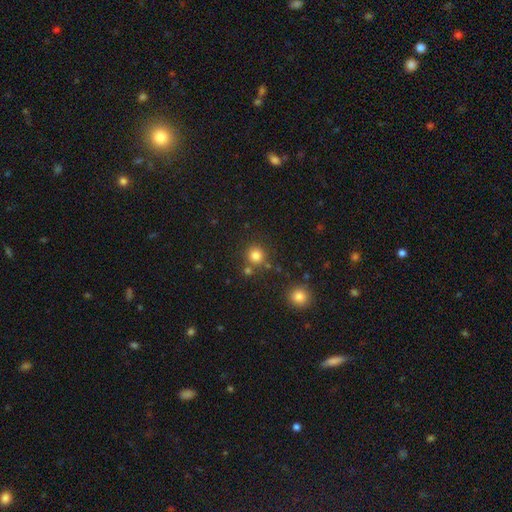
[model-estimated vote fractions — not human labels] smooth-or-featured: smooth: 81% | star or artifact: 13% | featured or disk: 5%
  how-rounded: round: 92% | in between: 7% | cigar-shaped: 1%
  merging: none: 78% | merger: 10% | minor disturbance: 8% | major disturbance: 3%